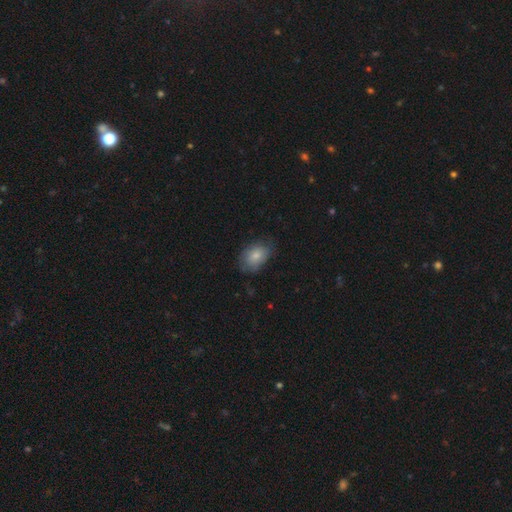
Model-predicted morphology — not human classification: A smooth galaxy with no disk features (77%) that is in between round and cigar-shaped (83%). Merging: none (66%).